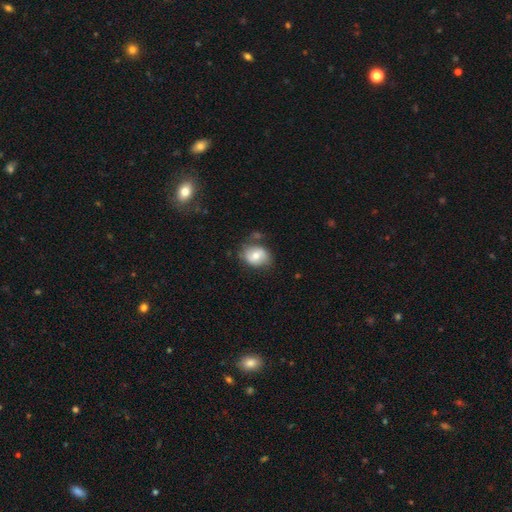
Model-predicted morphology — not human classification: This is likely a smooth galaxy (62%). How rounded: possibly in between (52%). Merging: possibly none (59%).